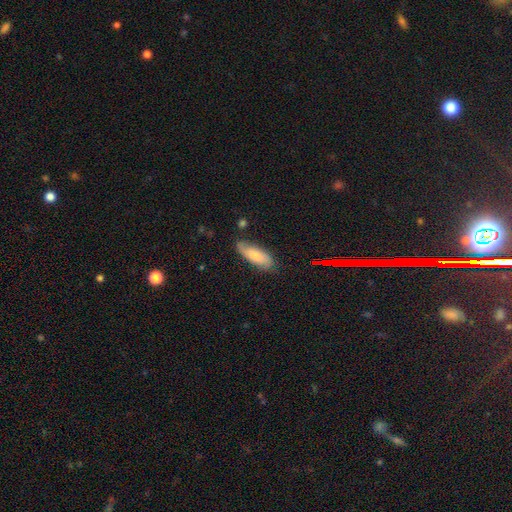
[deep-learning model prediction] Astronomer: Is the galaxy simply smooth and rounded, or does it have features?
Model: smooth — 73%.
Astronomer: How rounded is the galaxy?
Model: in between — 68%.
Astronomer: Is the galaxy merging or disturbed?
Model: none — 71%.